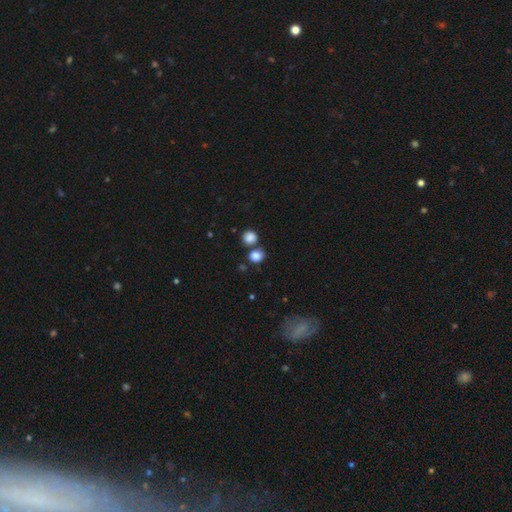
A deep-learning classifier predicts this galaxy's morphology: Smooth or featured? smooth (84%)
How rounded? round (73%)
Merging? none (65%)